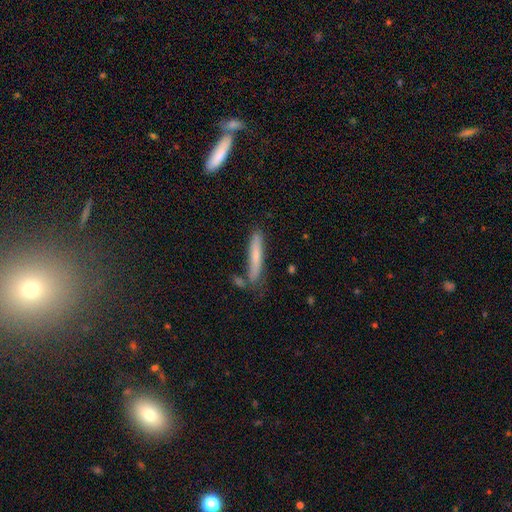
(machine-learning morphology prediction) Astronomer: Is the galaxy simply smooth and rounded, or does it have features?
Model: smooth — 65%.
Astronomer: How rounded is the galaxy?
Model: cigar-shaped — 91%.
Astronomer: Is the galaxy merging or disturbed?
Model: none — 69%.